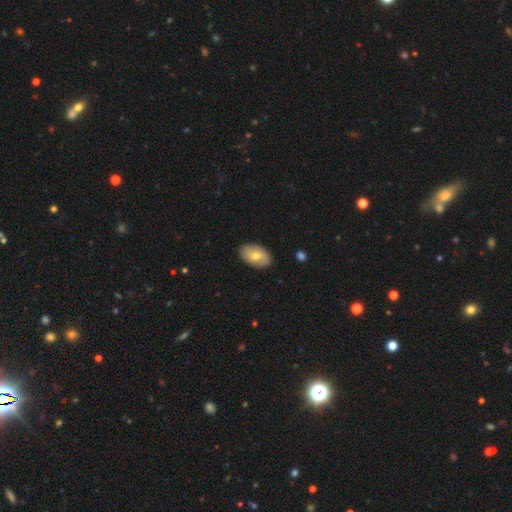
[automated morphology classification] Smooth or featured?
  - smooth: 69% *
  - featured or disk: 25%
  - star or artifact: 7%
How rounded?
  - in between: 91% *
  - round: 8%
  - cigar-shaped: 1%
Merging?
  - none: 88% *
  - minor disturbance: 9%
  - major disturbance: 2%
  - merger: 1%